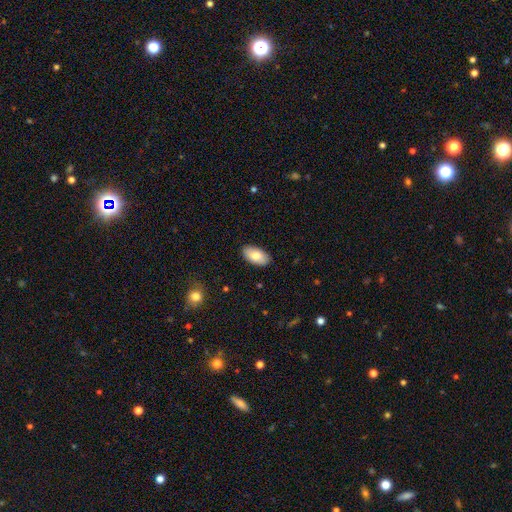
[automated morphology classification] A smooth galaxy with no disk features (79%) that is in between round and cigar-shaped (95%).

Vote fractions:
- Smooth or featured? smooth: 79% / featured or disk: 15% / star or artifact: 6%
- How rounded? in between: 95% / round: 3% / cigar-shaped: 2%
- Merging? none: 88% / minor disturbance: 9% / major disturbance: 2% / merger: 1%